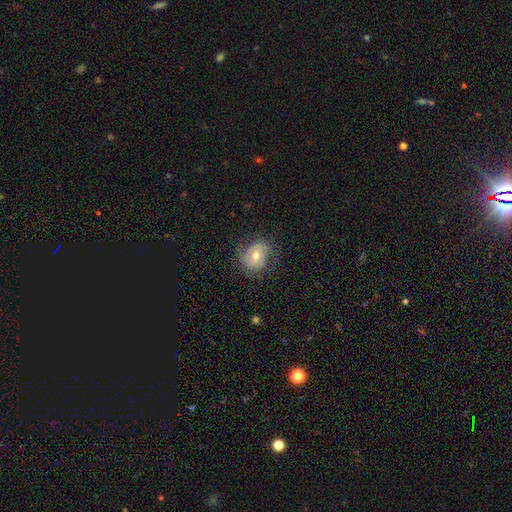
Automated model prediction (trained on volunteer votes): A featured or disk galaxy (56%) with no bar (57%), spiral arms (79%) and a moderate central bulge (68%). Merging: none (63%).